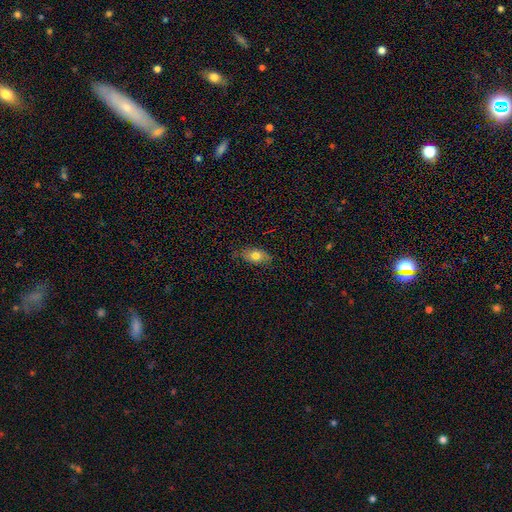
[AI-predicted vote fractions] Smooth or featured?
  - smooth: 75% *
  - featured or disk: 16%
  - star or artifact: 9%
How rounded?
  - in between: 84% *
  - round: 11%
  - cigar-shaped: 5%
Merging?
  - none: 75% *
  - minor disturbance: 20%
  - major disturbance: 4%
  - merger: 1%